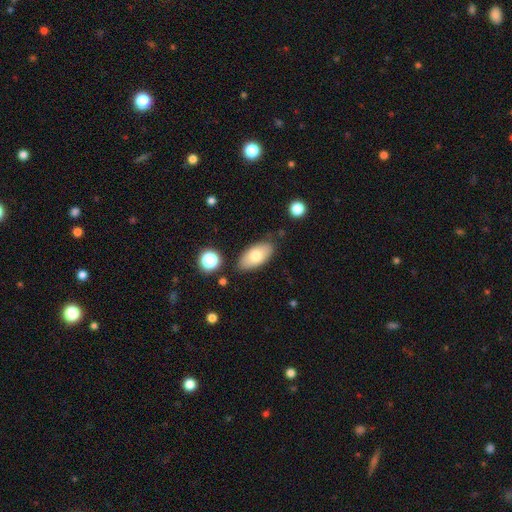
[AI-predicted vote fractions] Smooth or featured: smooth — 74% (featured or disk — 18%)
How rounded: in between — 92% (cigar-shaped — 5%)
Merging: none — 80% (minor disturbance — 13%)